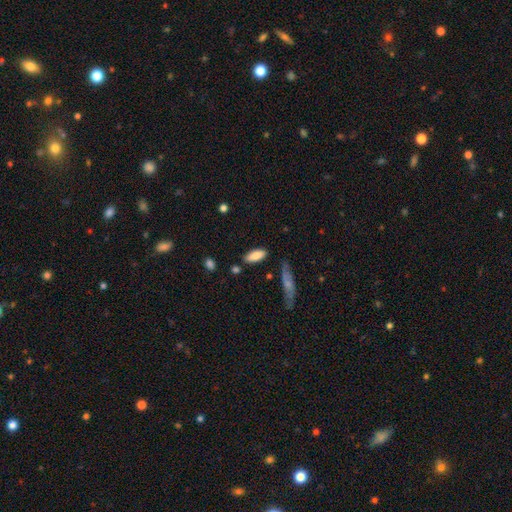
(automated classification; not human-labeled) smooth-or-featured: smooth: 84% | featured or disk: 10% | star or artifact: 6%
  how-rounded: in between: 77% | cigar-shaped: 21% | round: 2%
  merging: none: 77% | minor disturbance: 15% | merger: 4% | major disturbance: 4%